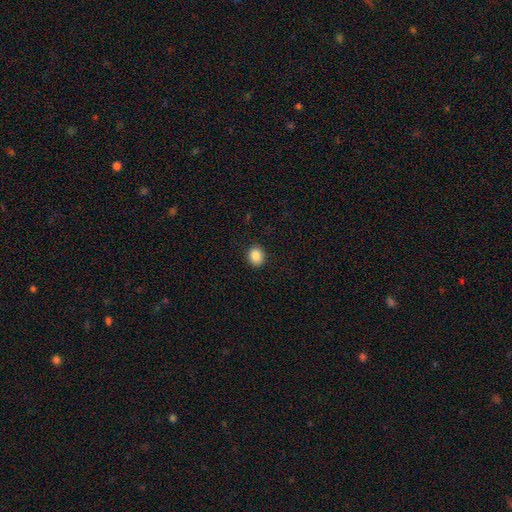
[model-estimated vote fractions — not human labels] A smooth galaxy with no disk features (87%) that is round (68%).

Vote fractions:
- Smooth or featured? smooth: 87% / star or artifact: 9% / featured or disk: 4%
- How rounded? round: 68% / in between: 31% / cigar-shaped: 1%
- Merging? none: 91% / minor disturbance: 6% / major disturbance: 2% / merger: 1%